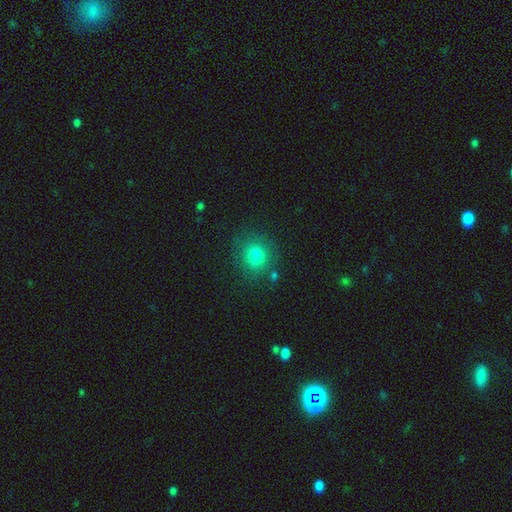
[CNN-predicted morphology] Smooth or featured? smooth (80%)
How rounded? round (83%)
Merging? none (80%)